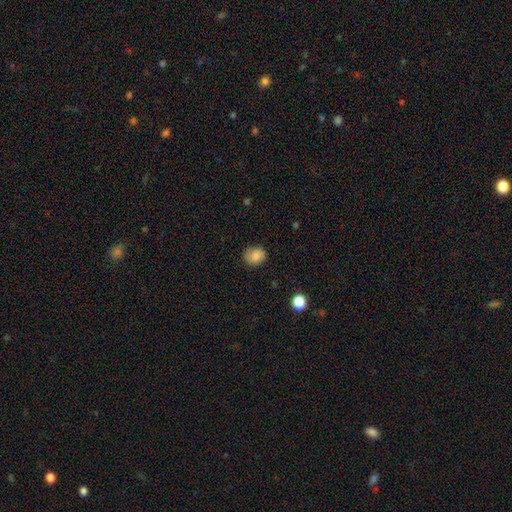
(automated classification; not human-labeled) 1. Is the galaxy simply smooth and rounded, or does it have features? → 81% smooth, 9% star or artifact, 9% featured or disk.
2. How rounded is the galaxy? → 60% round, 39% in between, 1% cigar-shaped.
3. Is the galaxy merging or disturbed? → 76% none, 18% minor disturbance, 4% major disturbance, 1% merger.